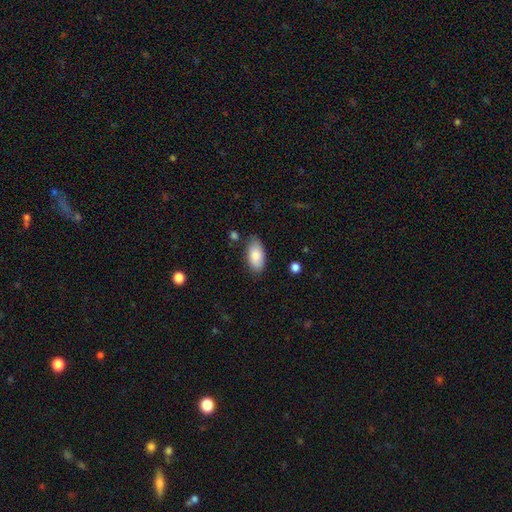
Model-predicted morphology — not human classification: This appears to be a smooth galaxy with no disk features (84%) that is in between round and cigar-shaped (93%). Merging: none (80%).